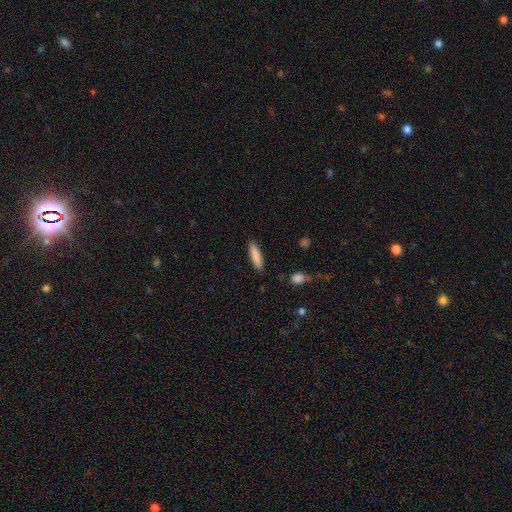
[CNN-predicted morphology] Q: Smooth or featured?
A: smooth (86%); runner-up: featured or disk (8%)
Q: How rounded?
A: cigar-shaped (73%); runner-up: in between (26%)
Q: Merging?
A: none (89%); runner-up: minor disturbance (8%)